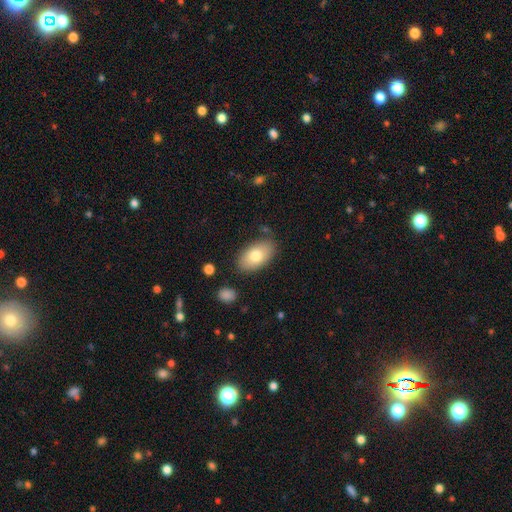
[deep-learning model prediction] The model was most divided on "smooth or featured": smooth: 77%, featured or disk: 16%, star or artifact: 7%. More confident: how rounded — in between (93%); merging — none (81%).